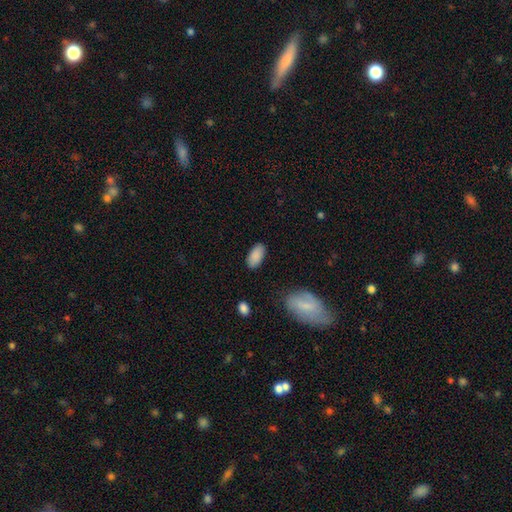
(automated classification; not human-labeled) This is clearly a smooth galaxy (88%). How rounded: clearly in between (94%). Merging: clearly none (86%).